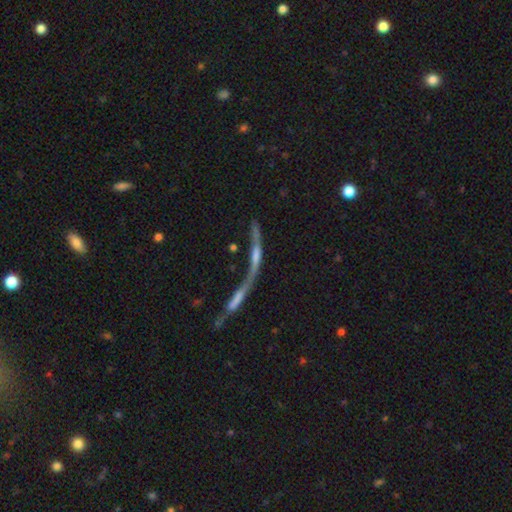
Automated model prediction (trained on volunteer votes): Overall: featured or disk (54%; smooth 32%). Edge-on disk: yes (58%; no 42%). Merging: merger (63%).